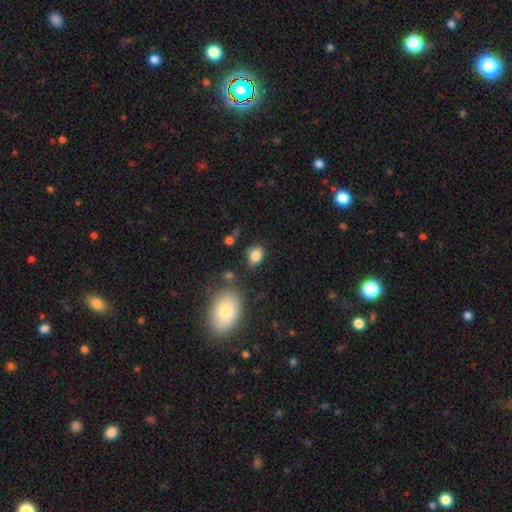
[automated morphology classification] Q: Smooth or featured?
A: smooth (84%); runner-up: star or artifact (10%)
Q: How rounded?
A: in between (73%); runner-up: round (25%)
Q: Merging?
A: none (75%); runner-up: minor disturbance (16%)